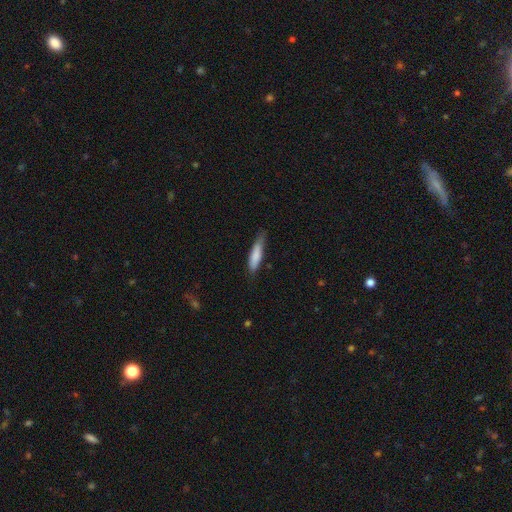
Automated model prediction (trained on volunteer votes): Smooth or featured? Predicted: smooth (p=0.81). How rounded? Predicted: cigar-shaped (p=0.75). Merging? Predicted: none (p=0.62).